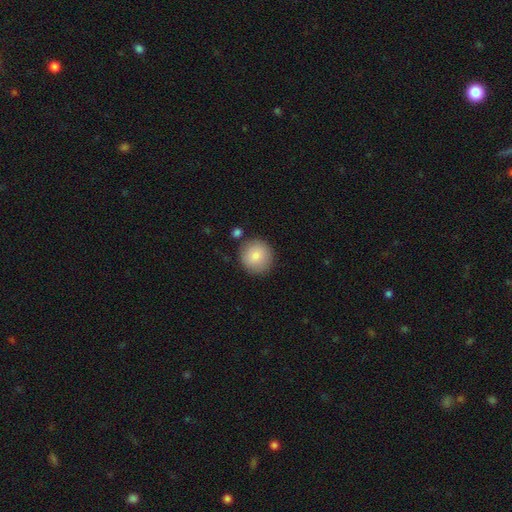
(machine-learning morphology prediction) Smooth or featured? Predicted: smooth (p=0.84). How rounded? Predicted: round (p=0.92). Merging? Predicted: none (p=0.82).